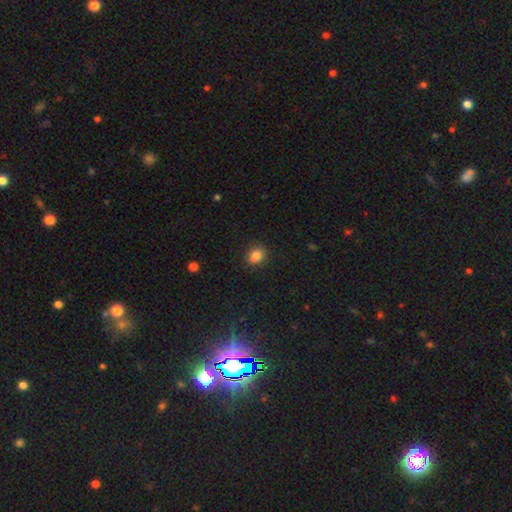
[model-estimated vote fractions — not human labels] This appears to be a smooth galaxy with no disk features (81%) that is round (52%). Merging: none (70%).